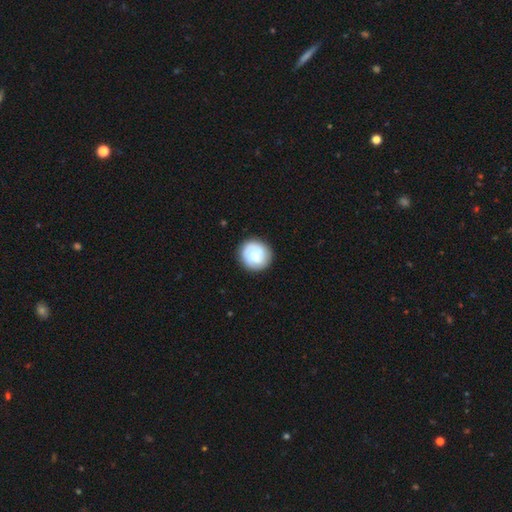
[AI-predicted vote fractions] smooth-or-featured: smooth: 56% | featured or disk: 37% | star or artifact: 6%
  how-rounded: round: 92% | in between: 7% | cigar-shaped: 1%
  merging: none: 88% | minor disturbance: 9% | major disturbance: 2% | merger: 1%